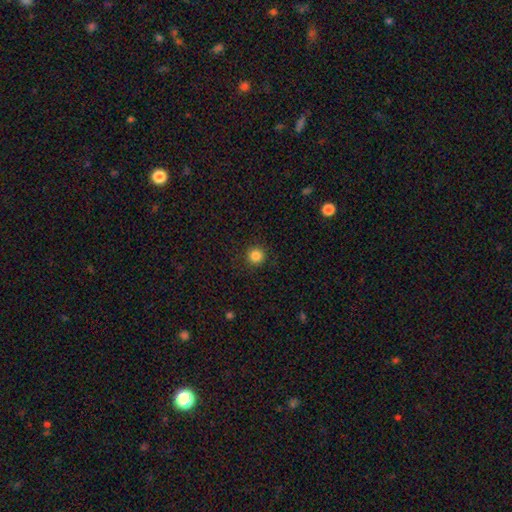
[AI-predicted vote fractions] Morphology: type=smooth (85%); roundness=round (95%); merging=none (91%).